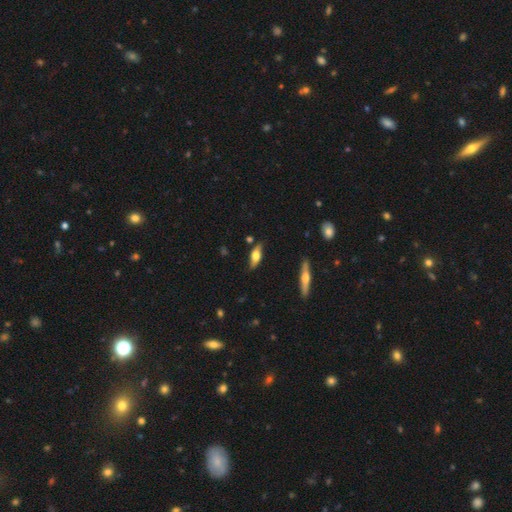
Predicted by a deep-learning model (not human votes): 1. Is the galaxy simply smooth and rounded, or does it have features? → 49% smooth, 44% featured or disk, 7% star or artifact.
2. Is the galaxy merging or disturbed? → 77% none, 17% minor disturbance, 3% major disturbance, 3% merger.